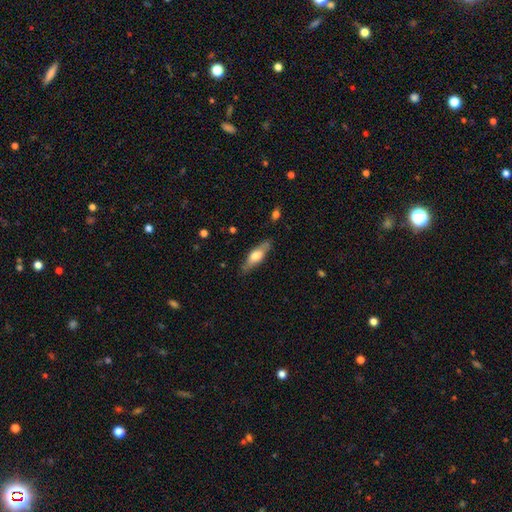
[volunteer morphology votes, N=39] Overall: smooth (49%; featured or disk 44%). How rounded: cigar-shaped (63%; in between 32%). Merging: none (81%).